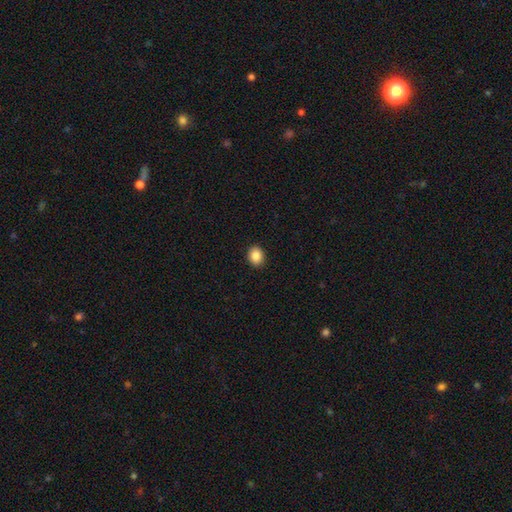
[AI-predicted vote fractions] Smooth or featured? smooth (88%)
How rounded? round (58%)
Merging? none (92%)